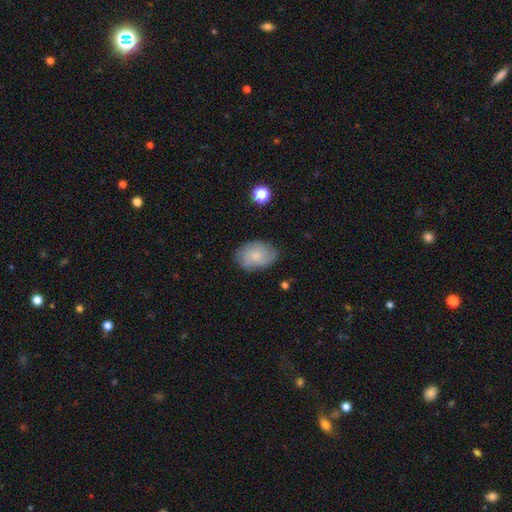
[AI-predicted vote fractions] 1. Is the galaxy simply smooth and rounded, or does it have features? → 48% smooth, 44% featured or disk, 8% star or artifact.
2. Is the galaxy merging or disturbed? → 74% none, 20% minor disturbance, 5% major disturbance, 1% merger.